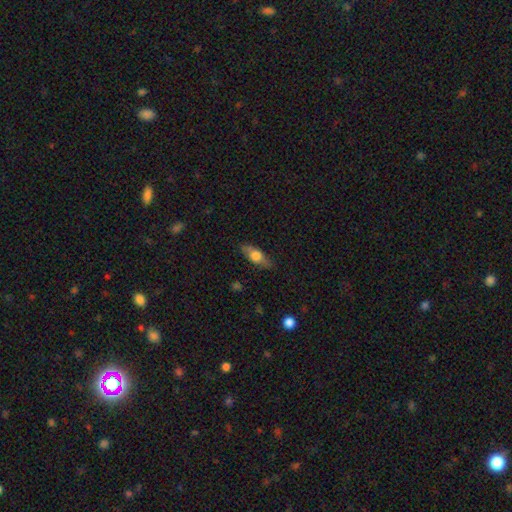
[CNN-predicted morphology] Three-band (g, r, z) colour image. It shows a smooth galaxy with no disk features (59%) that is in between round and cigar-shaped (63%). Merging: none (84%).